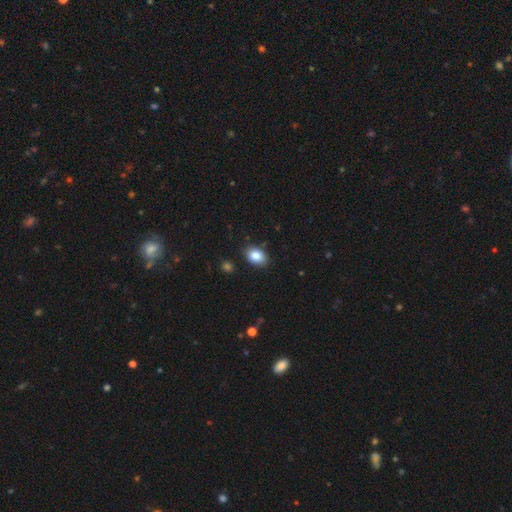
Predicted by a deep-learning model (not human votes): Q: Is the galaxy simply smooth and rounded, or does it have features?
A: smooth — 86%.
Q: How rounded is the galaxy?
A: in between — 82%.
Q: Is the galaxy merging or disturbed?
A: none — 86%.